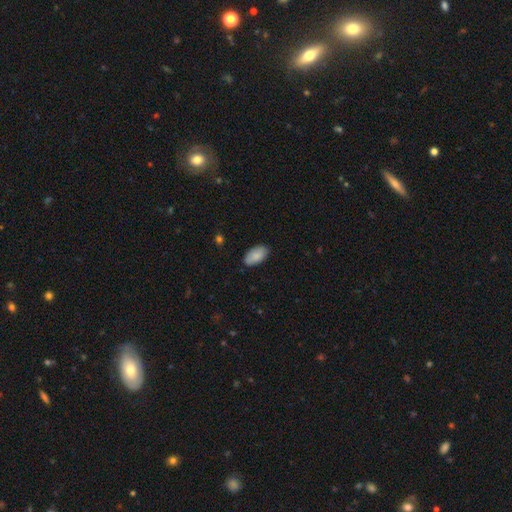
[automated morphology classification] Smooth or featured?
  - smooth: 87% *
  - featured or disk: 7%
  - star or artifact: 6%
How rounded?
  - in between: 95% *
  - round: 2%
  - cigar-shaped: 2%
Merging?
  - none: 85% *
  - minor disturbance: 12%
  - major disturbance: 2%
  - merger: 1%